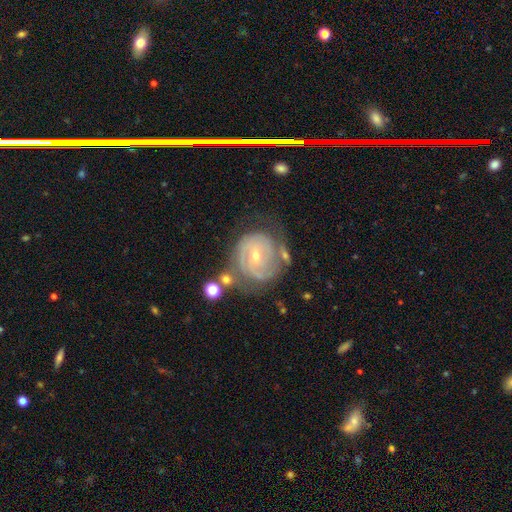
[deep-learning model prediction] Smooth or featured?
  - featured or disk: 85% *
  - smooth: 9%
  - star or artifact: 6%
Edge-on disk?
  - no: 97% *
  - yes: 3%
Bar?
  - no: 46% *
  - weak: 42%
  - strong: 12%
Spiral arms?
  - yes: 95% *
  - no: 5%
Spiral winding?
  - tight: 66% *
  - medium: 27%
  - loose: 6%
Spiral arm count?
  - 2: 49% *
  - can't tell: 23%
  - 3: 16%
  - 4: 4%
  - 1: 4%
  - more than 4: 3%
Bulge size?
  - small: 63% *
  - moderate: 34%
  - large: 1%
  - none: 1%
  - dominant: 1%
Merging?
  - none: 57% *
  - minor disturbance: 22%
  - major disturbance: 13%
  - merger: 7%